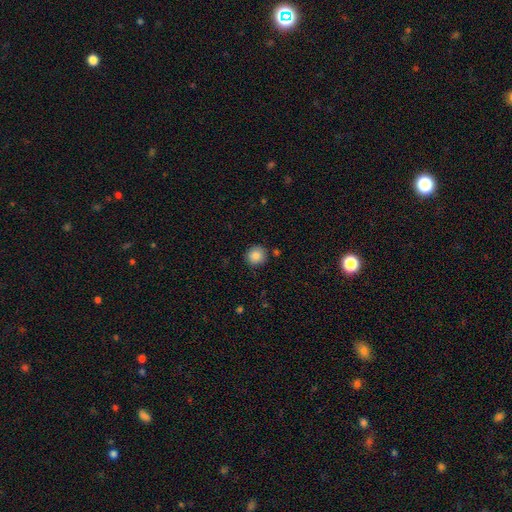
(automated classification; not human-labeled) A smooth galaxy with no disk features (87%) that is round (91%).

Vote fractions:
- Smooth or featured? smooth: 87% / star or artifact: 9% / featured or disk: 4%
- How rounded? round: 91% / in between: 8% / cigar-shaped: 1%
- Merging? none: 87% / minor disturbance: 8% / merger: 3% / major disturbance: 2%